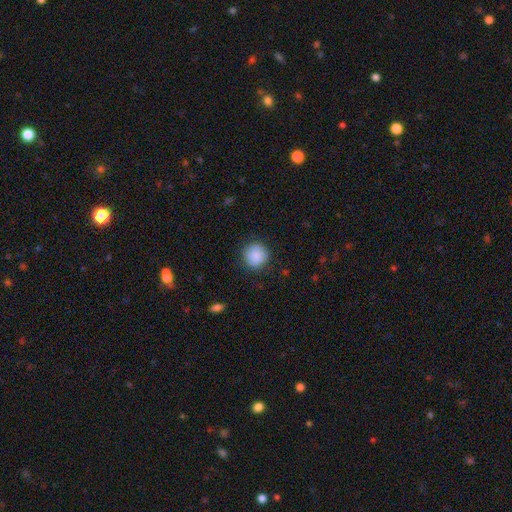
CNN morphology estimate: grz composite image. It shows a smooth galaxy with no disk features (88%) that is round (92%). Merging: none (87%).